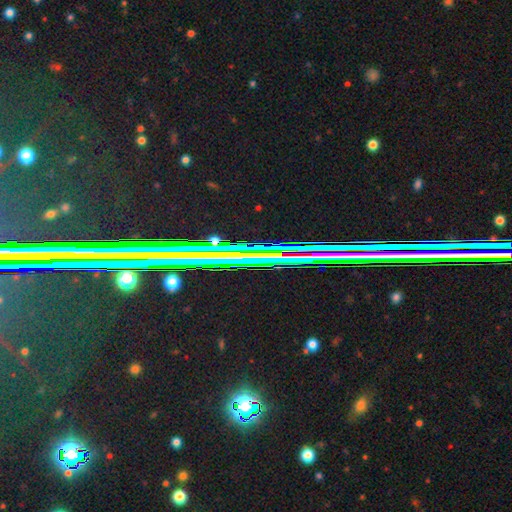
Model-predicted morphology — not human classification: Overall: star or artifact (72%).